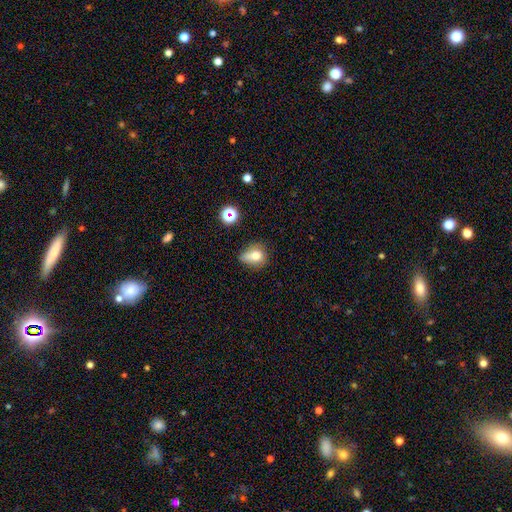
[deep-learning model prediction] Smooth or featured?
  - smooth: 73% *
  - star or artifact: 14%
  - featured or disk: 13%
How rounded?
  - round: 52% *
  - in between: 47%
  - cigar-shaped: 2%
Merging?
  - none: 45% *
  - minor disturbance: 36%
  - major disturbance: 13%
  - merger: 6%